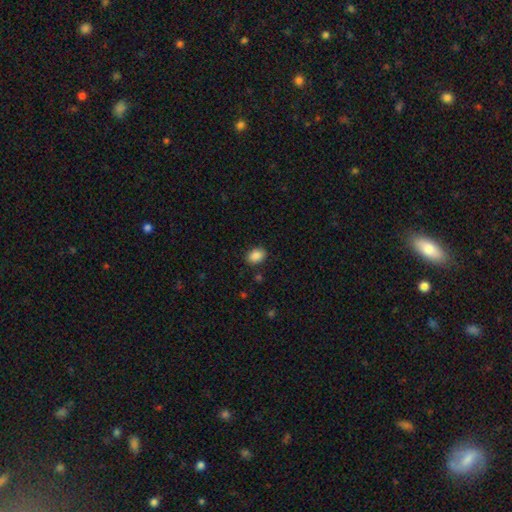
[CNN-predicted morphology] type=smooth (88%); roundness=in between (73%); merging=none (86%).